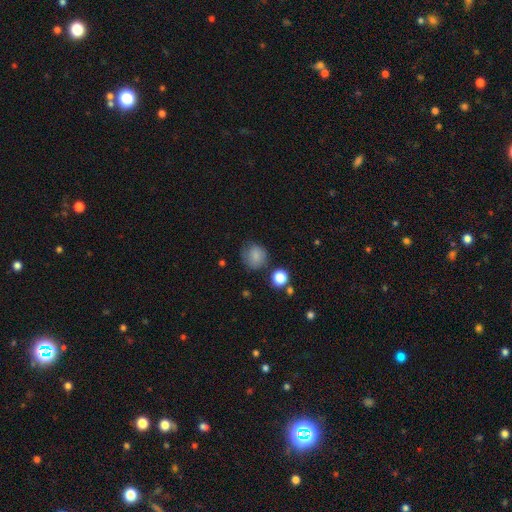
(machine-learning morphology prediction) Smooth or featured? smooth (80%)
How rounded? round (83%)
Merging? none (66%)